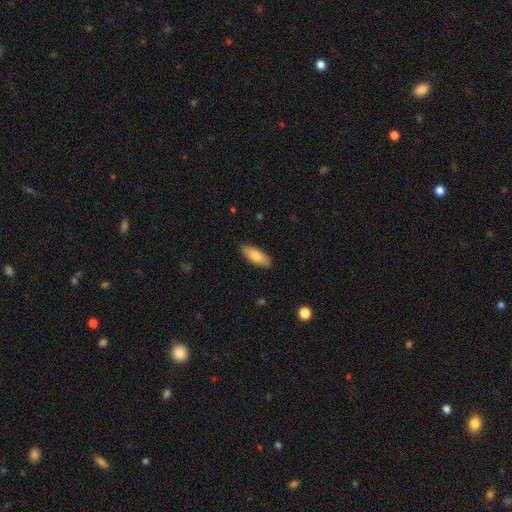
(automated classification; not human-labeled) The model was most divided on "how rounded": in between: 78%, cigar-shaped: 20%, round: 2%. More confident: merging — none (88%); smooth or featured — smooth (79%).